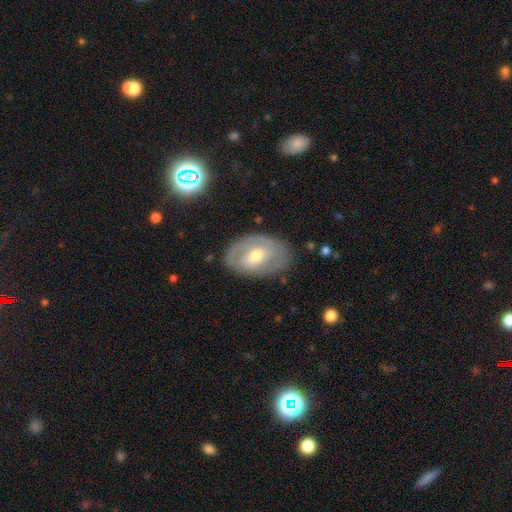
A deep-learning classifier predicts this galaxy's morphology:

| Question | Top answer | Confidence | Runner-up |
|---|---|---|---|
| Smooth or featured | featured or disk | 72% | smooth (21%) |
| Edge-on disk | no | 94% | yes (6%) |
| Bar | weak | 48% | no (33%) |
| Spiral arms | yes | 76% | no (24%) |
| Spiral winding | tight | 57% | medium (32%) |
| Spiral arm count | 2 | 54% | can't tell (29%) |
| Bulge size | moderate | 61% | small (34%) |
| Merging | none | 76% | minor disturbance (17%) |